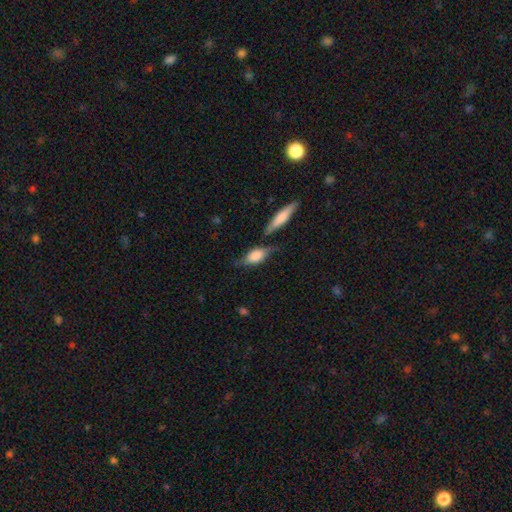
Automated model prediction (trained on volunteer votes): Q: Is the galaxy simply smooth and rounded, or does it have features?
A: smooth — 63%.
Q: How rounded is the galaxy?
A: in between — 78%.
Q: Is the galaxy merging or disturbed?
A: none — 51%.